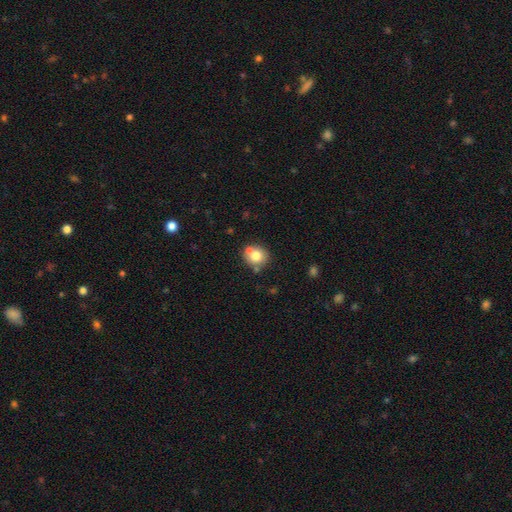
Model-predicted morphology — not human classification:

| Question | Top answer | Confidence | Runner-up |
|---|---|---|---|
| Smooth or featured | smooth | 75% | featured or disk (15%) |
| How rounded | round | 83% | in between (16%) |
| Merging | none | 65% | merger (20%) |